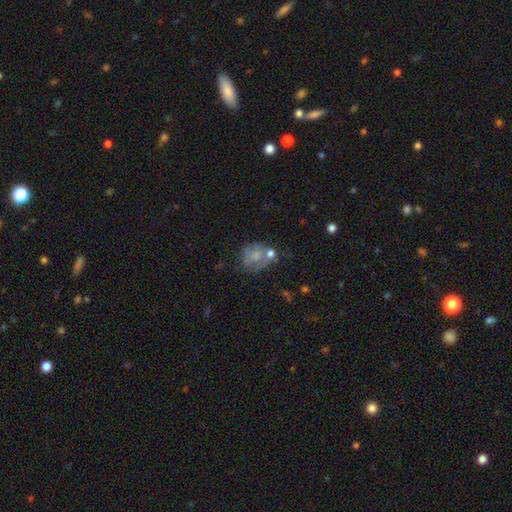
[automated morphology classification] Q: Smooth or featured?
A: smooth (56%); runner-up: featured or disk (33%)
Q: How rounded?
A: round (59%); runner-up: in between (40%)
Q: Merging?
A: none (37%); runner-up: merger (23%)